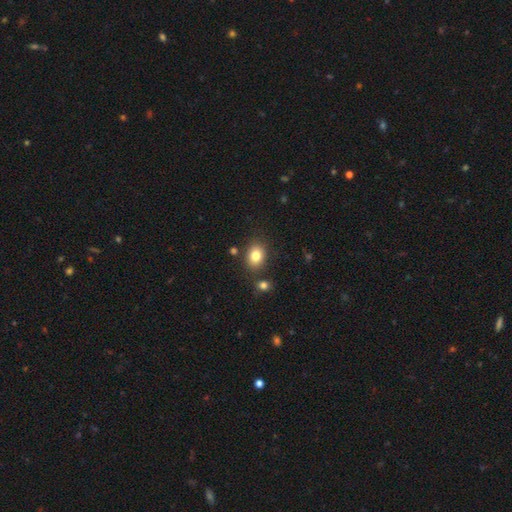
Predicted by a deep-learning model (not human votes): This is clearly a smooth galaxy (82%). How rounded: likely in between (62%). Merging: clearly none (80%).